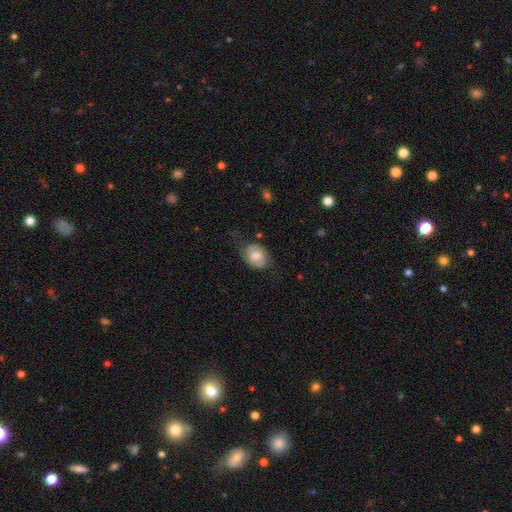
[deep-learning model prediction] A smooth galaxy with no disk features (48%).

Vote fractions:
- Smooth or featured? smooth: 48% / featured or disk: 45% / star or artifact: 7%
- Merging? none: 57% / minor disturbance: 26% / major disturbance: 15% / merger: 2%